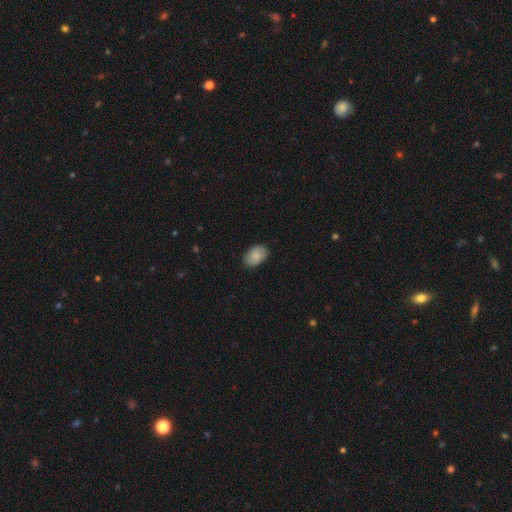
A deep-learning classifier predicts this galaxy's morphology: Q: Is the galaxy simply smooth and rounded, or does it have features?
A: smooth — 80%.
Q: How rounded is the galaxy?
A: in between — 89%.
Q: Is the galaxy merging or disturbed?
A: none — 83%.